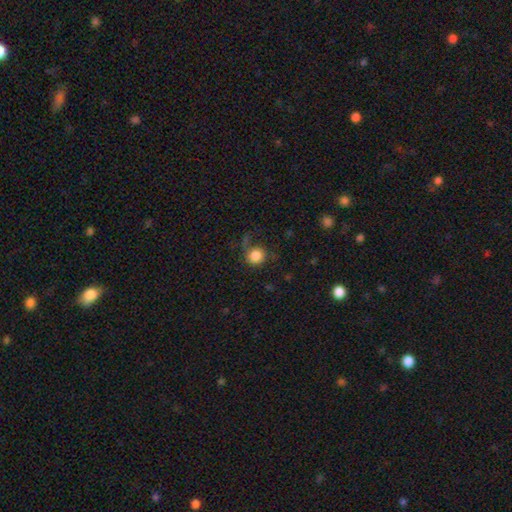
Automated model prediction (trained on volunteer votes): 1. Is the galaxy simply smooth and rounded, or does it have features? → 84% smooth, 9% star or artifact, 7% featured or disk.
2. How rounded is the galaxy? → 87% round, 12% in between, 1% cigar-shaped.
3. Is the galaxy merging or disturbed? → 64% none, 18% minor disturbance, 13% major disturbance, 4% merger.